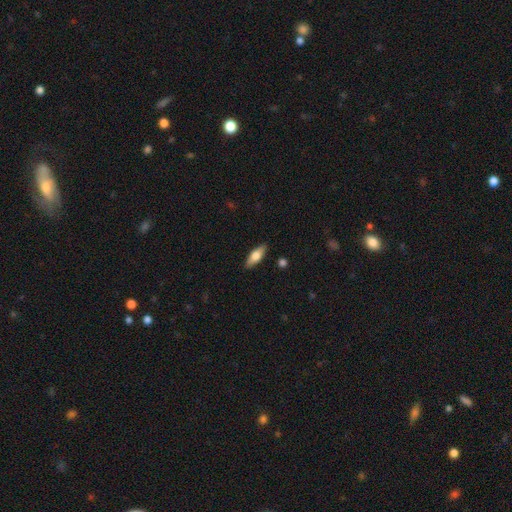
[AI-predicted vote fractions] This is likely a smooth galaxy (66%). How rounded: likely in between (65%). Merging: clearly none (88%).